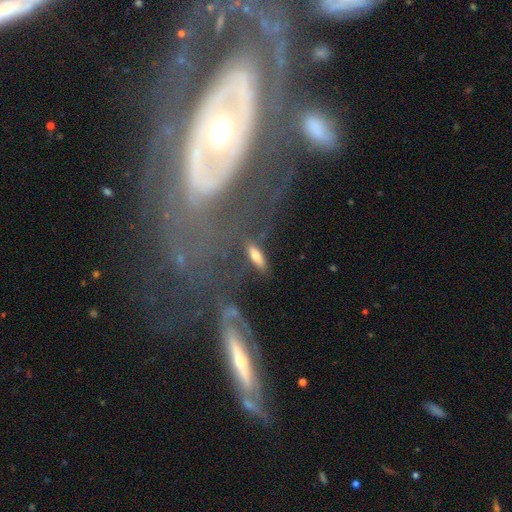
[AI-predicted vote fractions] Q: Smooth or featured?
A: smooth (62%); runner-up: featured or disk (26%)
Q: How rounded?
A: in between (48%); runner-up: cigar-shaped (46%)
Q: Merging?
A: none (75%); runner-up: minor disturbance (14%)